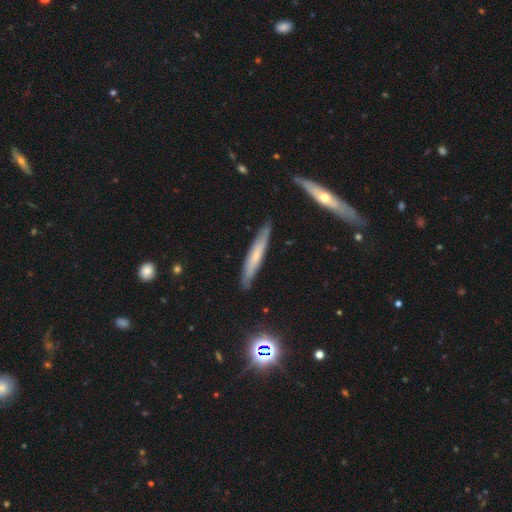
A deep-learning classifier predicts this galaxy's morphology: A smooth galaxy with no disk features (48%).

Vote fractions:
- Smooth or featured? smooth: 48% / featured or disk: 45% / star or artifact: 7%
- Merging? none: 85% / minor disturbance: 12% / major disturbance: 2% / merger: 2%